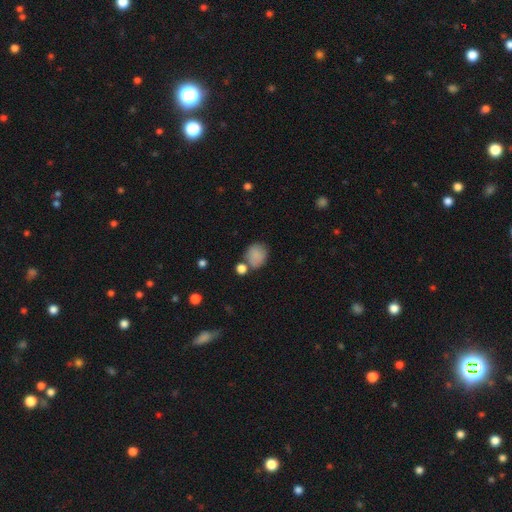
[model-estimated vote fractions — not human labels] Morphology: type=smooth (84%); roundness=round (64%); merging=none (60%).